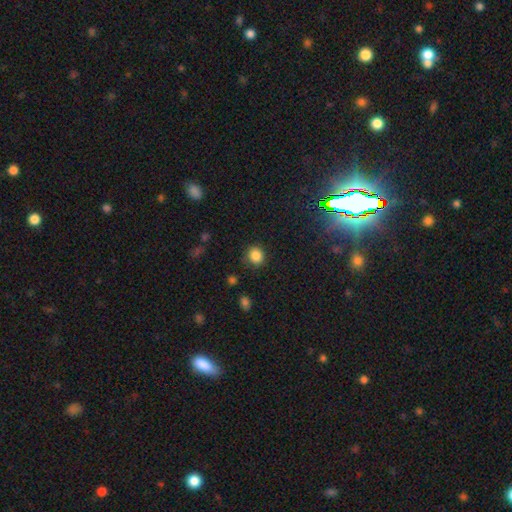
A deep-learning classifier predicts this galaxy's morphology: Smooth or featured? smooth (85%)
How rounded? round (76%)
Merging? none (84%)